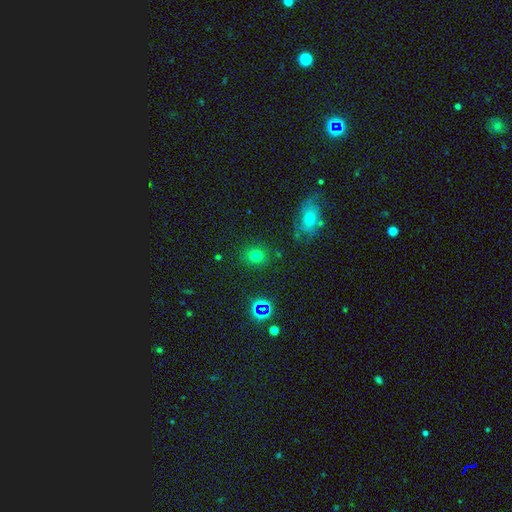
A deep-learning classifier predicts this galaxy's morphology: Q: Smooth or featured?
A: smooth (72%); runner-up: star or artifact (20%)
Q: How rounded?
A: round (79%); runner-up: in between (20%)
Q: Merging?
A: none (85%); runner-up: minor disturbance (9%)